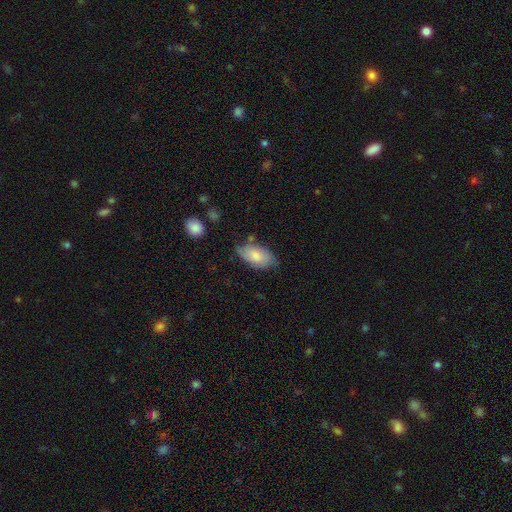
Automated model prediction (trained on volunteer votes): Smooth or featured: smooth — 75% (featured or disk — 19%)
How rounded: in between — 94% (round — 3%)
Merging: none — 62% (minor disturbance — 29%)